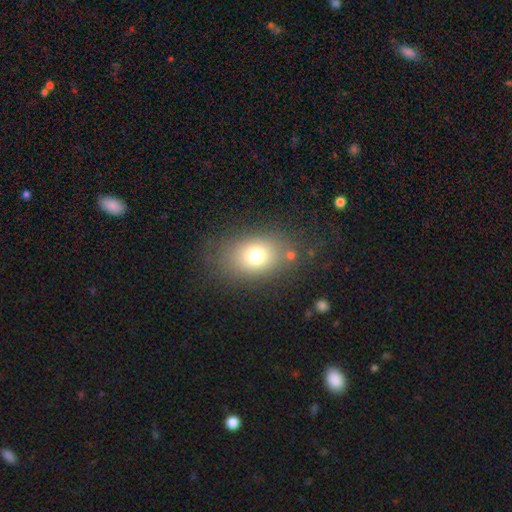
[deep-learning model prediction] Smooth or featured: smooth — 74% (star or artifact — 13%)
How rounded: in between — 69% (round — 30%)
Merging: none — 78% (minor disturbance — 13%)